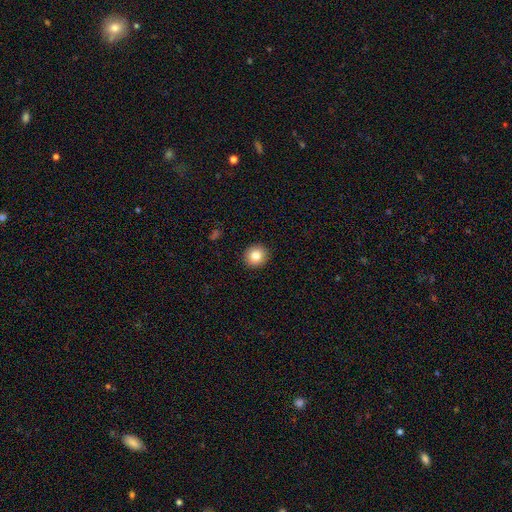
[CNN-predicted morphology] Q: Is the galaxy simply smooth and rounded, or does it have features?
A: smooth — 83%.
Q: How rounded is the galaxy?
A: round — 89%.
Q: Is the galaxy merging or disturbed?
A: none — 92%.